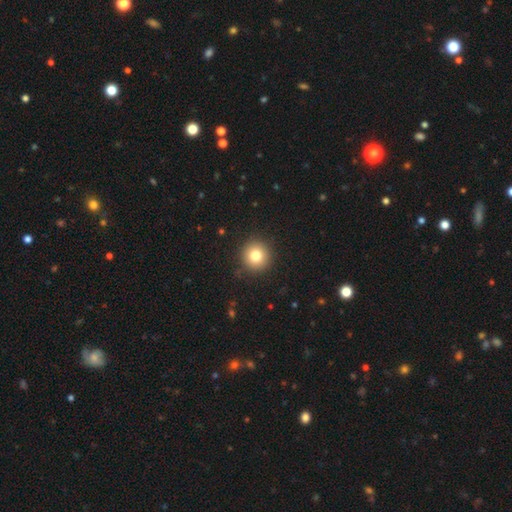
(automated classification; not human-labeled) smooth-or-featured: smooth: 80% | star or artifact: 11% | featured or disk: 9%
  how-rounded: round: 95% | in between: 4% | cigar-shaped: 1%
  merging: none: 91% | minor disturbance: 6% | major disturbance: 2% | merger: 1%